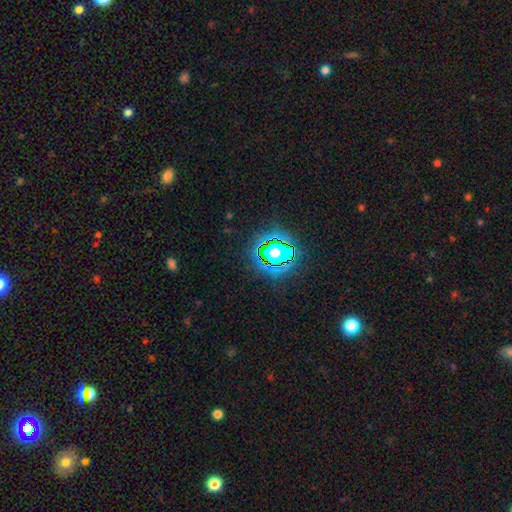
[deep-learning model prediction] Smooth or featured?
  - star or artifact: 78% *
  - smooth: 14%
  - featured or disk: 8%